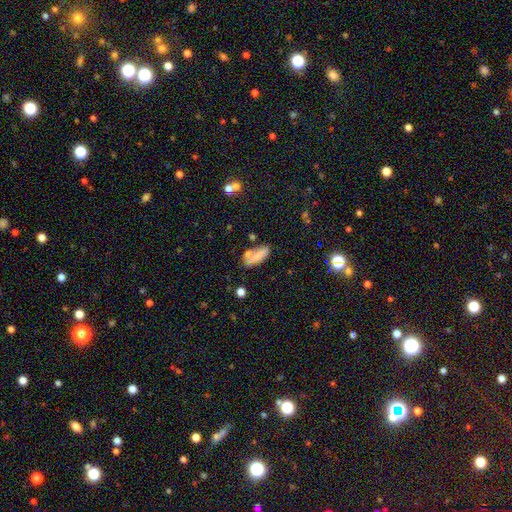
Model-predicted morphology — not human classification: Smooth or featured? smooth (67%)
How rounded? in between (81%)
Merging? none (50%)